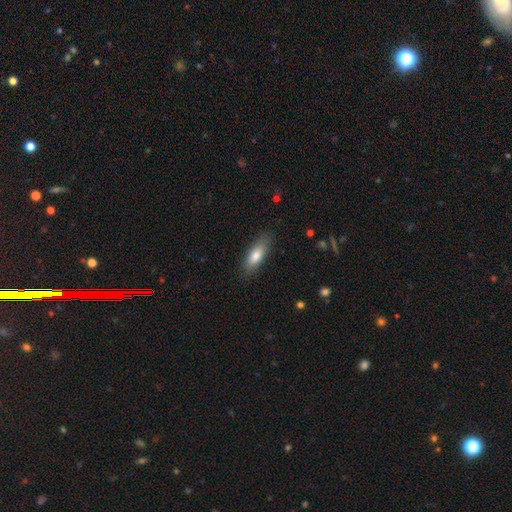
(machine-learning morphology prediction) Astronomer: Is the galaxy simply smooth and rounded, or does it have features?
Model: smooth — 77%.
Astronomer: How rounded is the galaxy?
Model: in between — 62%.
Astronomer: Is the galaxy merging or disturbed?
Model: none — 84%.